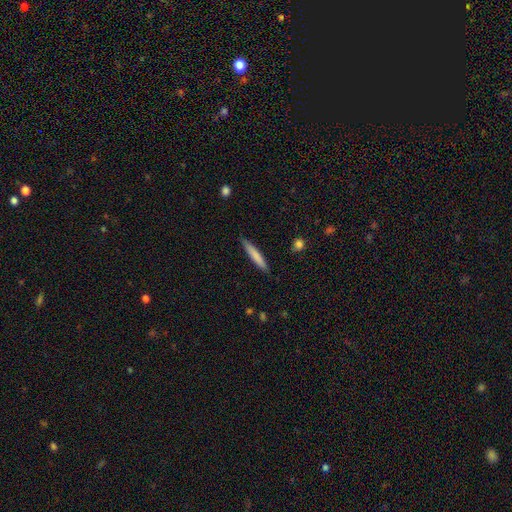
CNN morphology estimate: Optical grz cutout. It shows a smooth galaxy with no disk features (75%) that is cigar-shaped (93%). Merging: none (86%).